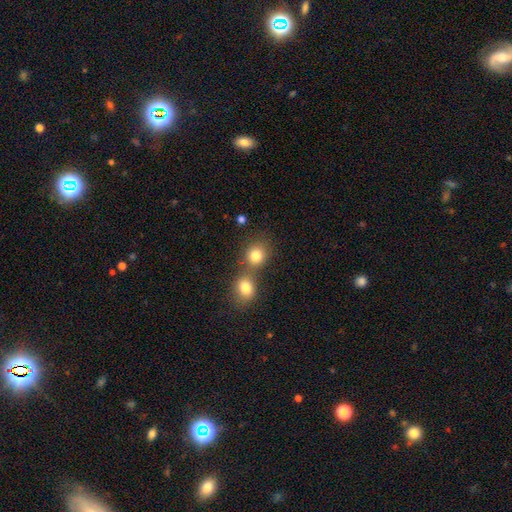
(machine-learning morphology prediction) smooth_or_featured: smooth (p=0.81) [alt: star or artifact p=0.11]
how_rounded: round (p=0.79) [alt: in between p=0.20]
merging: none (p=0.48) [alt: merger p=0.42]